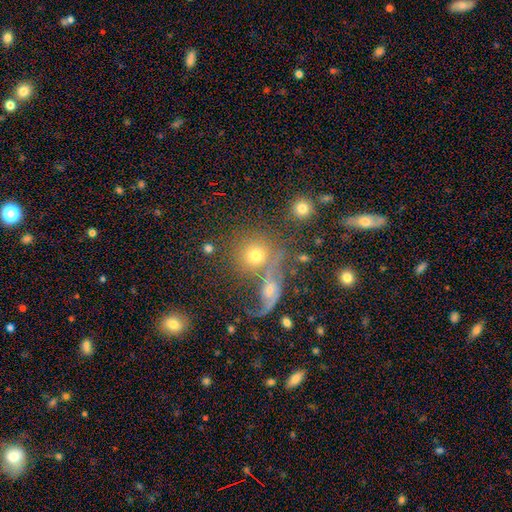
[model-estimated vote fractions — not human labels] smooth 66%, featured or disk 20%, star or artifact 14%. Down the decision tree: how rounded — round (87%); merging — none (49%).